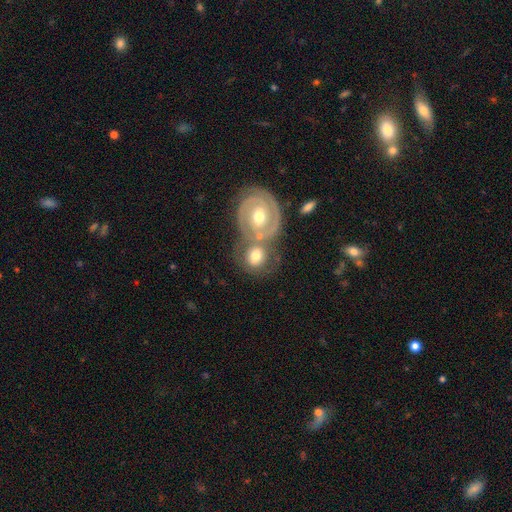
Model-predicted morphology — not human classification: Smooth or featured? featured or disk (52%)
Edge-on disk? no (95%)
Merging? merger (48%)